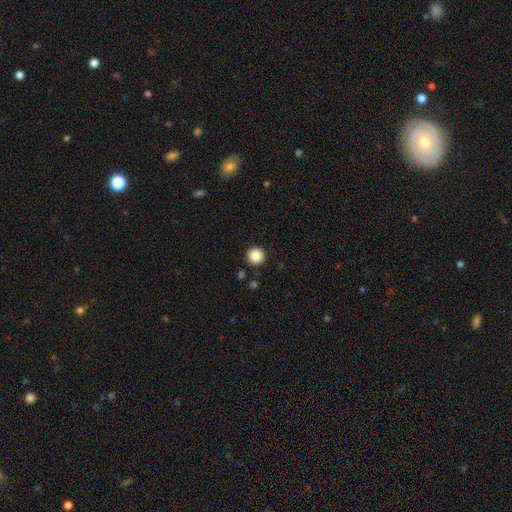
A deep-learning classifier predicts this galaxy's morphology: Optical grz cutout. It shows a smooth galaxy with no disk features (87%) that is round (96%). Merging: none (91%).